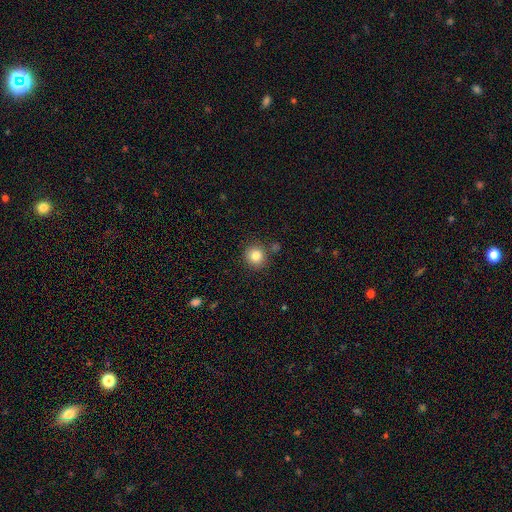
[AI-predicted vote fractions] smooth-or-featured: smooth: 82% | star or artifact: 11% | featured or disk: 7%
  how-rounded: round: 91% | in between: 8% | cigar-shaped: 1%
  merging: none: 85% | minor disturbance: 8% | merger: 4% | major disturbance: 3%